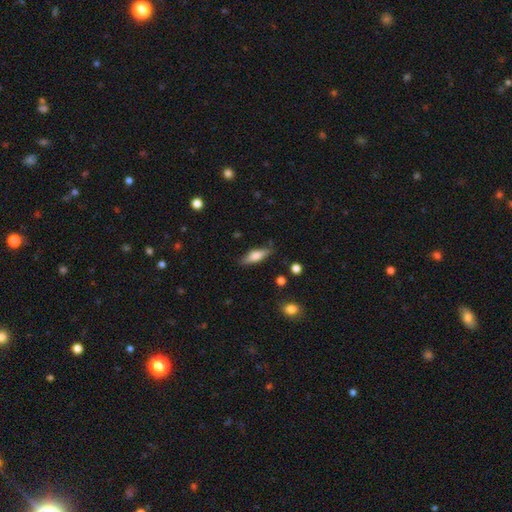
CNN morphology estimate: This is likely a smooth galaxy (66%). How rounded: possibly in between (54%). Merging: likely none (80%).